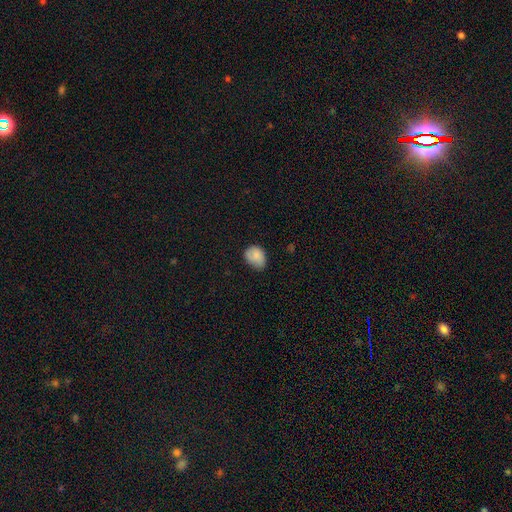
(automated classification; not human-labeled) This appears to be a smooth galaxy with no disk features (84%) that is in between round and cigar-shaped (67%). Merging: none (52%).